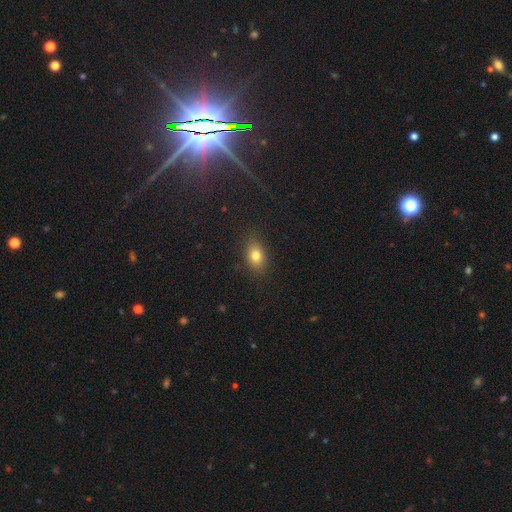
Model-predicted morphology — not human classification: Smooth or featured: smooth — 79% (star or artifact — 12%)
How rounded: in between — 75% (round — 22%)
Merging: none — 85% (minor disturbance — 11%)